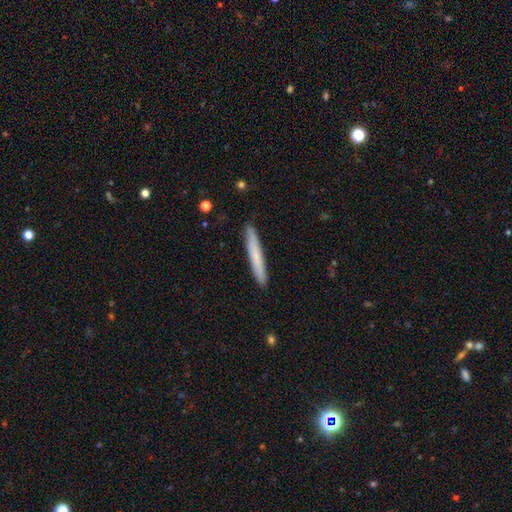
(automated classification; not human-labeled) Q: Smooth or featured?
A: smooth (71%); runner-up: featured or disk (23%)
Q: How rounded?
A: cigar-shaped (96%); runner-up: in between (3%)
Q: Merging?
A: none (91%); runner-up: minor disturbance (6%)